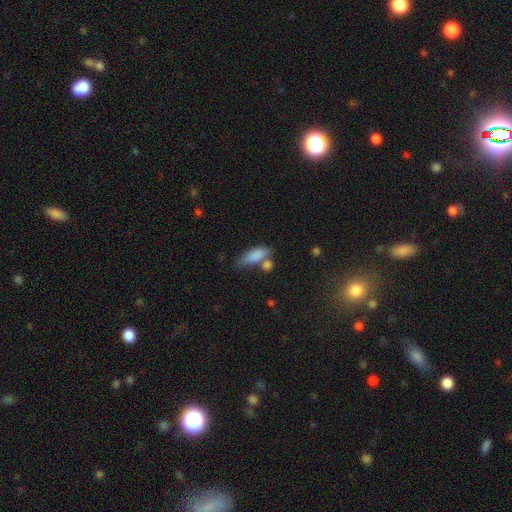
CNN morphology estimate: Smooth or featured? Predicted: smooth (p=0.83). How rounded? Predicted: in between (p=0.72). Merging? Predicted: none (p=0.43).